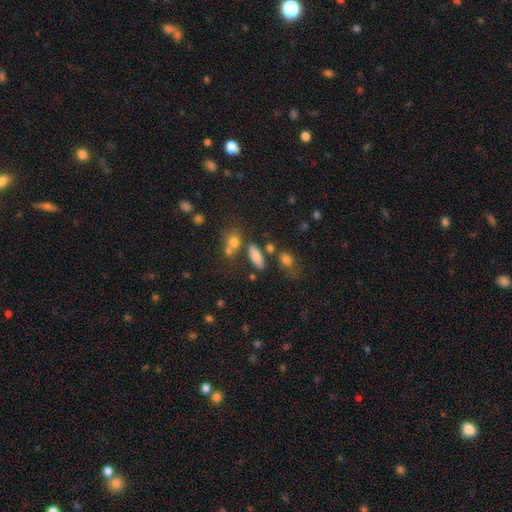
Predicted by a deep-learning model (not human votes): Smooth or featured?
  - smooth: 78% *
  - star or artifact: 11%
  - featured or disk: 11%
How rounded?
  - in between: 71% *
  - cigar-shaped: 23%
  - round: 6%
Merging?
  - none: 64% *
  - merger: 16%
  - minor disturbance: 14%
  - major disturbance: 6%